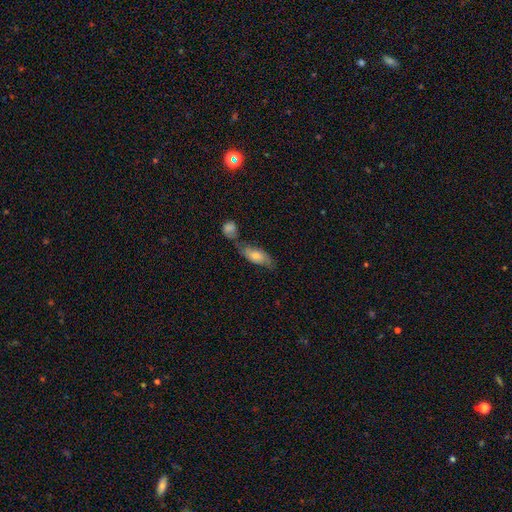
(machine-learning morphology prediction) Smooth or featured?
  - smooth: 61% *
  - featured or disk: 32%
  - star or artifact: 7%
How rounded?
  - in between: 78% *
  - cigar-shaped: 18%
  - round: 4%
Merging?
  - none: 39% *
  - merger: 32%
  - minor disturbance: 19%
  - major disturbance: 9%